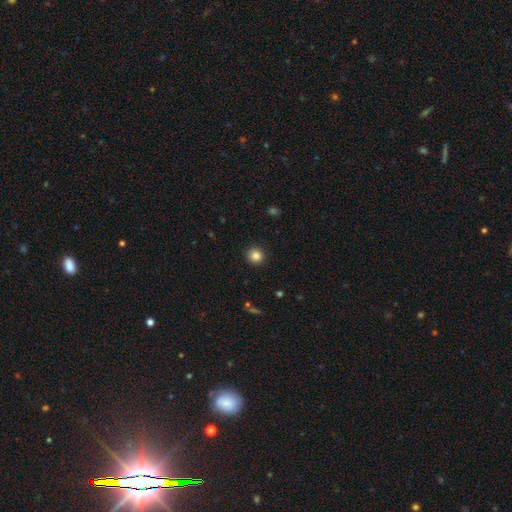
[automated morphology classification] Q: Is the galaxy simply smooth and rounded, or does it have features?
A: smooth — 85%.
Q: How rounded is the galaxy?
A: round — 94%.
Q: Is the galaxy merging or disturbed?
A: none — 92%.